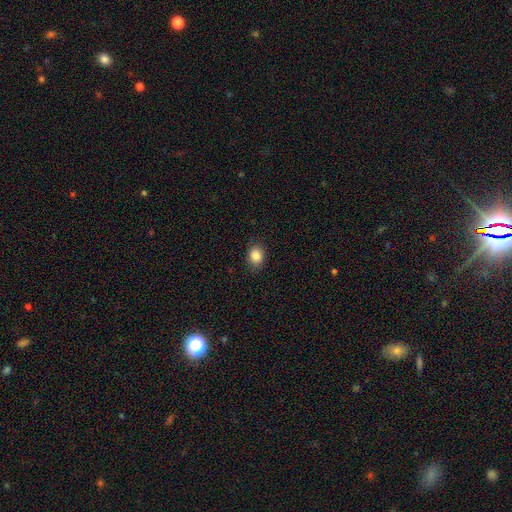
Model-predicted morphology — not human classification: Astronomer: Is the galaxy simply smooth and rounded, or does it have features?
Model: smooth — 86%.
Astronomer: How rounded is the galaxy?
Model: in between — 52% (runner-up: round, 47%).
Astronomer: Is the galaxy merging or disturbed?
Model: none — 84%.